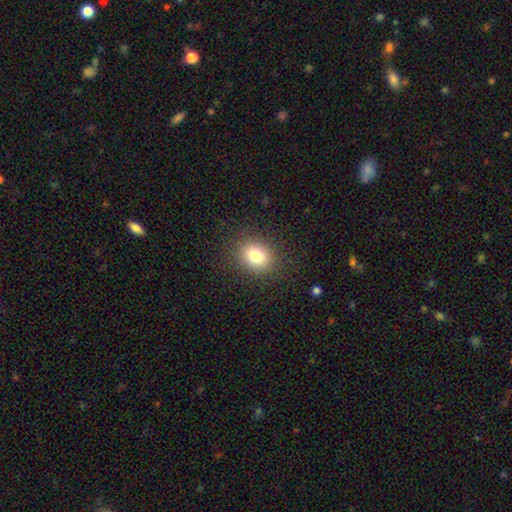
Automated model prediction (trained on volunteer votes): Smooth or featured? smooth (80%)
How rounded? in between (50%)
Merging? none (87%)